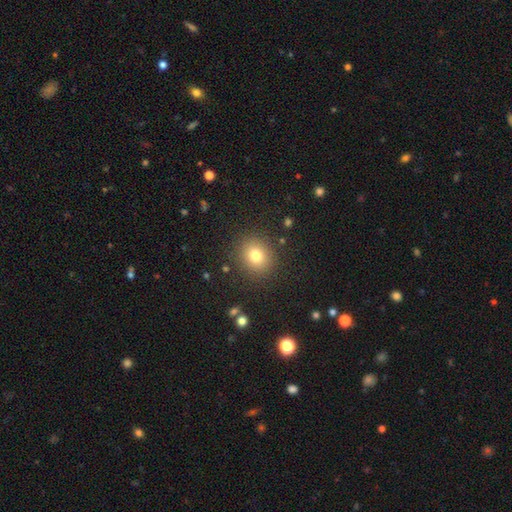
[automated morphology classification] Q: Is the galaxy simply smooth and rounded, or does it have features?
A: smooth — 78%.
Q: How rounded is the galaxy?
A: round — 77%.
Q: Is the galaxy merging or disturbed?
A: none — 88%.